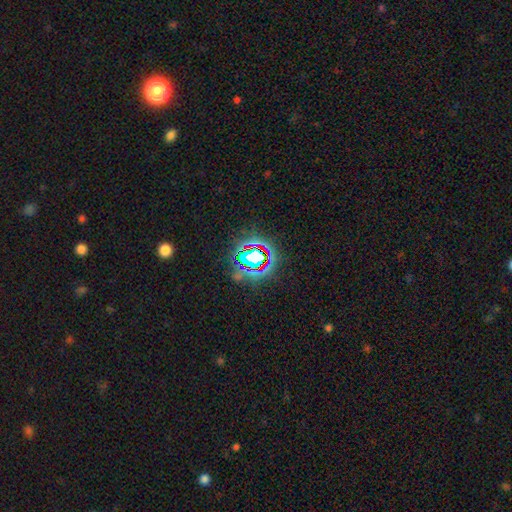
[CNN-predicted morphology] Q: Smooth or featured?
A: star or artifact (73%); runner-up: smooth (15%)